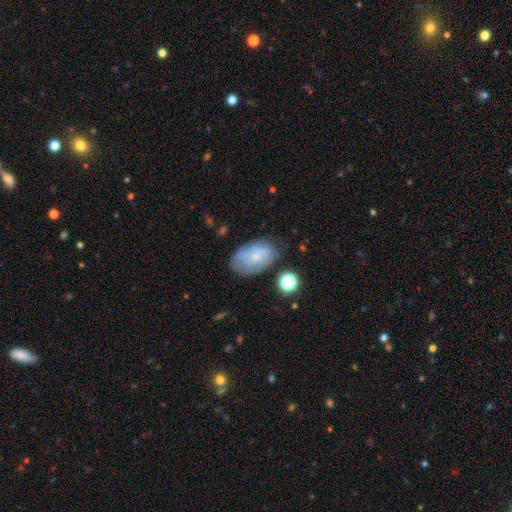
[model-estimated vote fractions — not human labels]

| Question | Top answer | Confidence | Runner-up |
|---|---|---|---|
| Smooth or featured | smooth | 65% | featured or disk (26%) |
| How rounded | in between | 90% | round (8%) |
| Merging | none | 60% | minor disturbance (26%) |